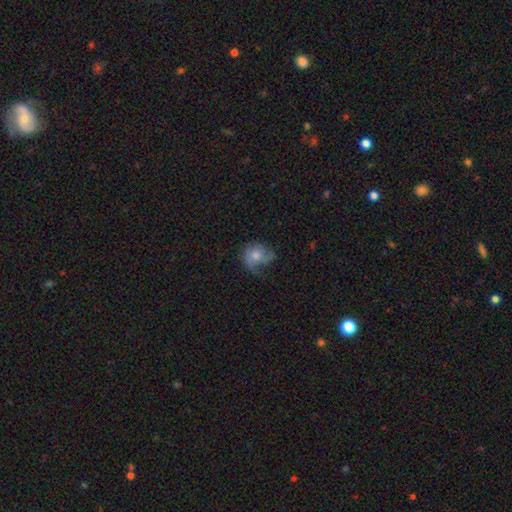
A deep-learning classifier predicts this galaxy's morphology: This is likely a smooth galaxy (60%). How rounded: likely round (63%). Merging: marginally none (39%).